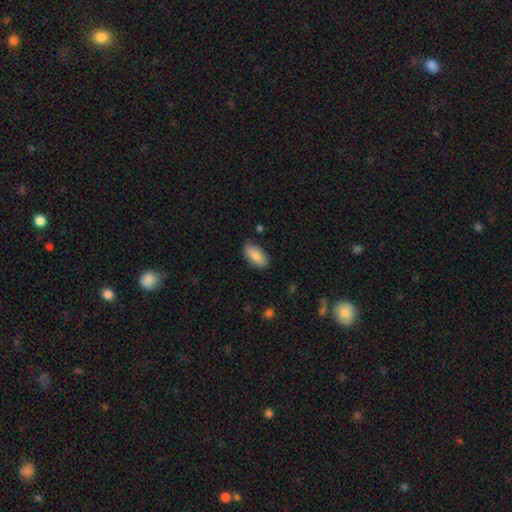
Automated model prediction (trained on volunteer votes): smooth-or-featured: smooth: 86% | featured or disk: 8% | star or artifact: 6%
  how-rounded: in between: 91% | cigar-shaped: 6% | round: 2%
  merging: none: 82% | minor disturbance: 14% | major disturbance: 2% | merger: 2%